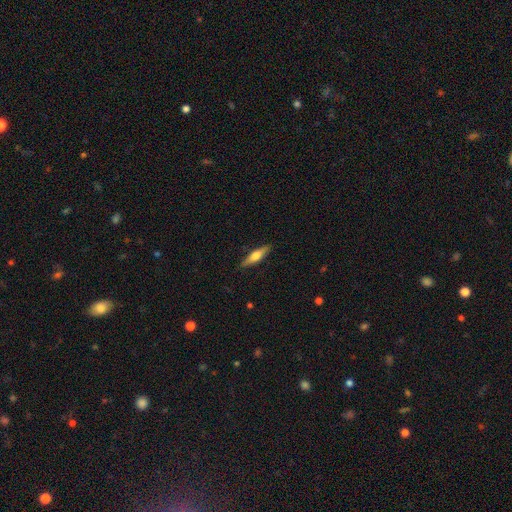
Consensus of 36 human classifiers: smooth-or-featured: smooth: 53% | featured or disk: 47% | star or artifact: 0%
  how-rounded: cigar-shaped: 74% | in between: 26% | round: 0%
  merging: none: 78% | minor disturbance: 11% | major disturbance: 8% | merger: 3%